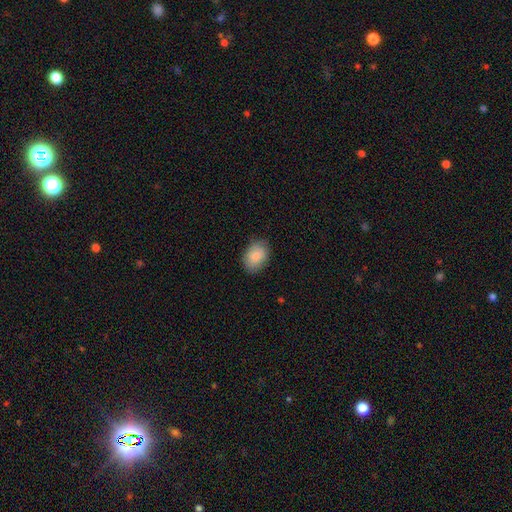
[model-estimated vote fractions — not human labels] Smooth or featured? smooth (87%)
How rounded? in between (82%)
Merging? none (83%)